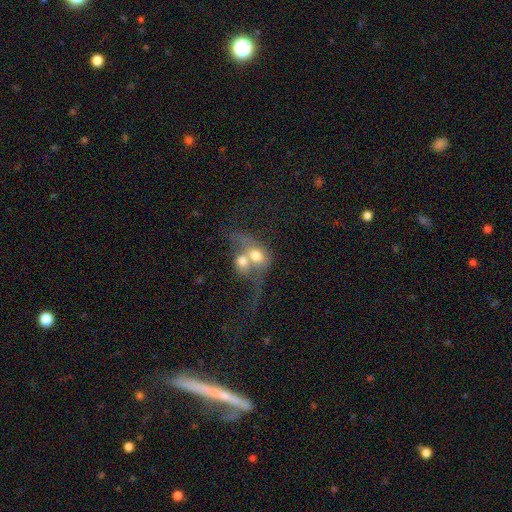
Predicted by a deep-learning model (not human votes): Smooth or featured? Predicted: smooth (p=0.56). How rounded? Predicted: in between (p=0.50). Merging? Predicted: merger (p=0.79).